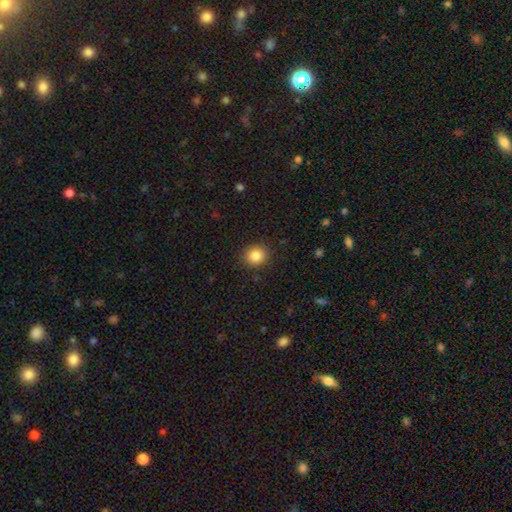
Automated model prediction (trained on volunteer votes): A smooth galaxy with no disk features (86%) that is round (77%). Merging: none (89%).